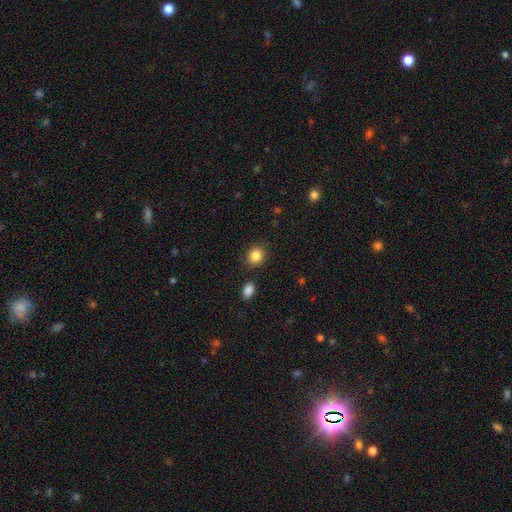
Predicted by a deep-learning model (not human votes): Smooth or featured? smooth (86%)
How rounded? round (73%)
Merging? none (85%)